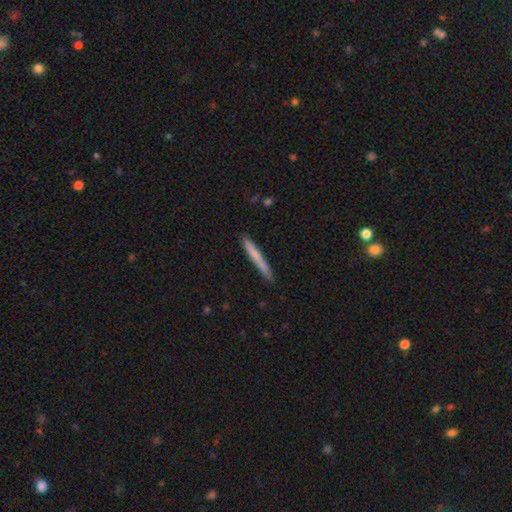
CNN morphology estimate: smooth-or-featured: smooth: 71% | featured or disk: 23% | star or artifact: 6%
  how-rounded: cigar-shaped: 97% | in between: 2% | round: 1%
  merging: none: 87% | minor disturbance: 10% | major disturbance: 2% | merger: 1%